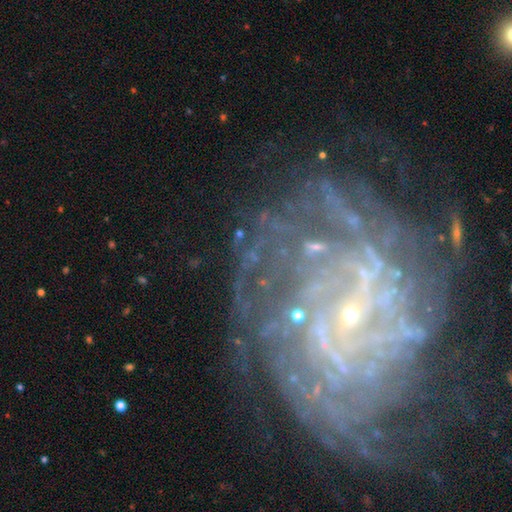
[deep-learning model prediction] Smooth or featured?
  - featured or disk: 84% *
  - star or artifact: 10%
  - smooth: 6%
Edge-on disk?
  - no: 97% *
  - yes: 3%
Bar?
  - no: 53% *
  - weak: 34%
  - strong: 13%
Spiral arms?
  - yes: 91% *
  - no: 9%
Spiral winding?
  - tight: 62% *
  - medium: 28%
  - loose: 10%
Spiral arm count?
  - can't tell: 36% *
  - more than 4: 16%
  - 4: 14%
  - 2: 14%
  - 3: 11%
  - 1: 8%
Bulge size?
  - small: 87% *
  - moderate: 7%
  - none: 5%
  - large: 1%
  - dominant: 1%
Merging?
  - none: 64% *
  - minor disturbance: 17%
  - major disturbance: 15%
  - merger: 3%